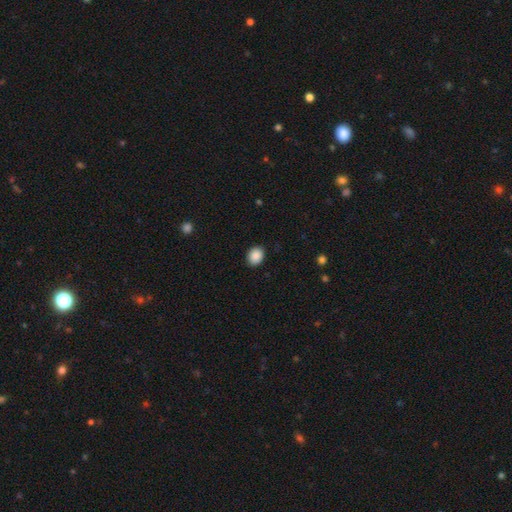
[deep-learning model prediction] A smooth galaxy with no disk features (89%) that is in between round and cigar-shaped (54%).

Vote fractions:
- Smooth or featured? smooth: 89% / star or artifact: 8% / featured or disk: 3%
- How rounded? in between: 54% / round: 45% / cigar-shaped: 1%
- Merging? none: 90% / minor disturbance: 7% / major disturbance: 2% / merger: 1%